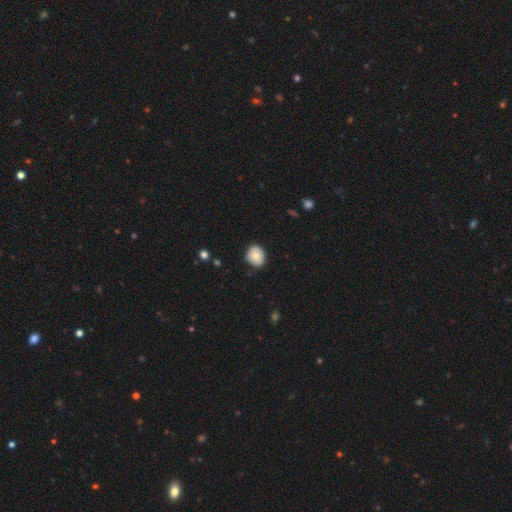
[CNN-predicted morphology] The model was most divided on "how rounded": round: 72%, in between: 27%, cigar-shaped: 1%. More confident: merging — none (83%); smooth or featured — smooth (73%).